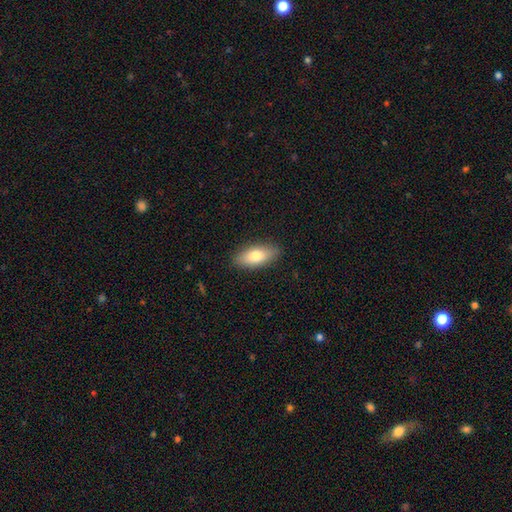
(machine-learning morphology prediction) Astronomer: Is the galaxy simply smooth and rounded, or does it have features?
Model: smooth — 76%.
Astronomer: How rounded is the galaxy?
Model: in between — 82%.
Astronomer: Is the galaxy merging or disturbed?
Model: none — 88%.